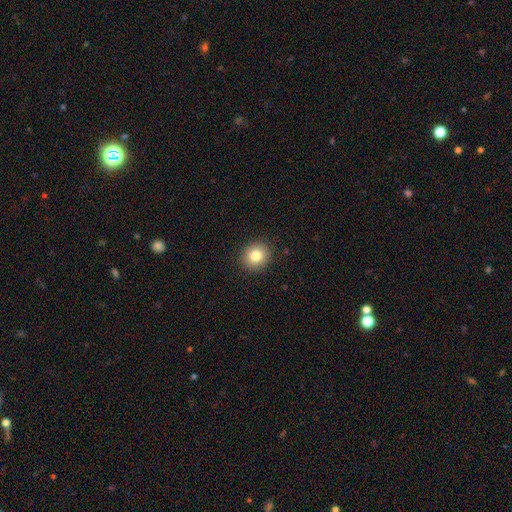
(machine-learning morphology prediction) type=smooth (82%); roundness=round (84%); merging=none (91%).